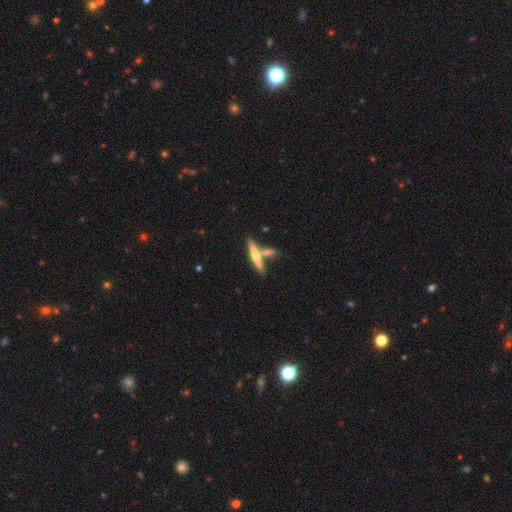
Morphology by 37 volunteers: This is possibly a featured or disk galaxy (57%). It is clearly viewed edge-on (95%). Edge-on bulge: clearly rounded (90%). Merging: possibly none (46%).